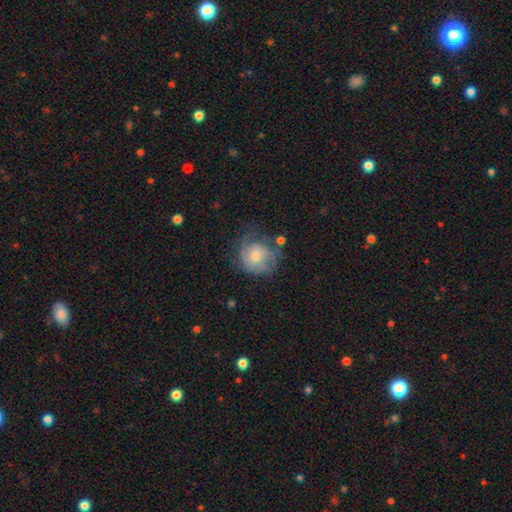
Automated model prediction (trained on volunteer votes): smooth-or-featured: featured or disk: 50% | smooth: 43% | star or artifact: 7%
  merging: none: 47% | minor disturbance: 28% | major disturbance: 21% | merger: 4%